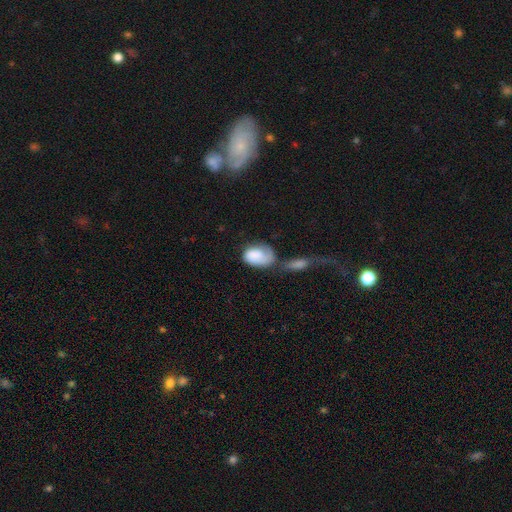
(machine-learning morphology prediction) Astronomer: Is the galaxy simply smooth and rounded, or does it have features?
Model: smooth — 67%.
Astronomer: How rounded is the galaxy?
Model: in between — 85%.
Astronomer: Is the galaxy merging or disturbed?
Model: merger — 30% (runner-up: none, 27%).